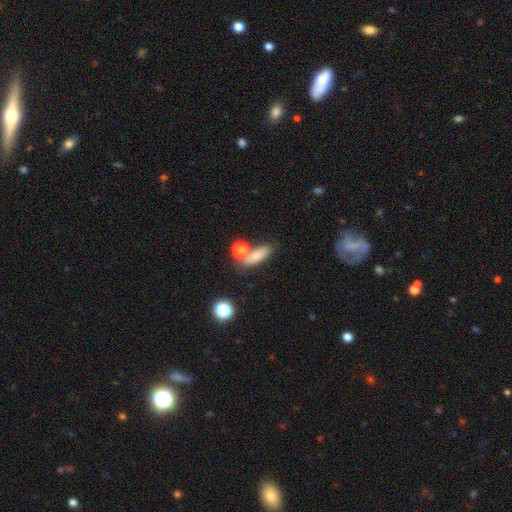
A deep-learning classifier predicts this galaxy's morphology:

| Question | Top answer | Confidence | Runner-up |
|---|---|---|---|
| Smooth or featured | smooth | 78% | featured or disk (12%) |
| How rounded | in between | 55% | cigar-shaped (35%) |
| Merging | none | 62% | merger (19%) |